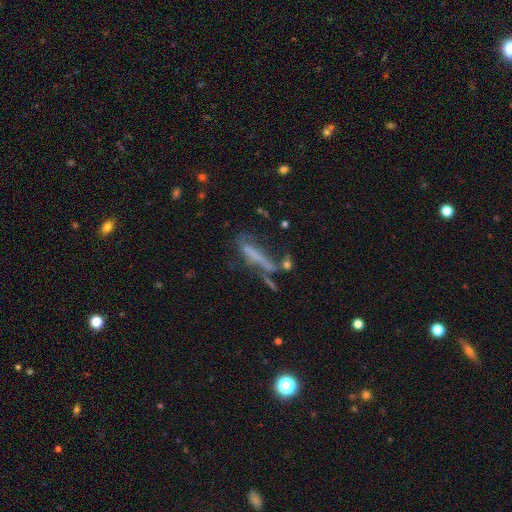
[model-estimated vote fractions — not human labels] Smooth or featured? Predicted: smooth (p=0.43). Merging? Predicted: none (p=0.33).